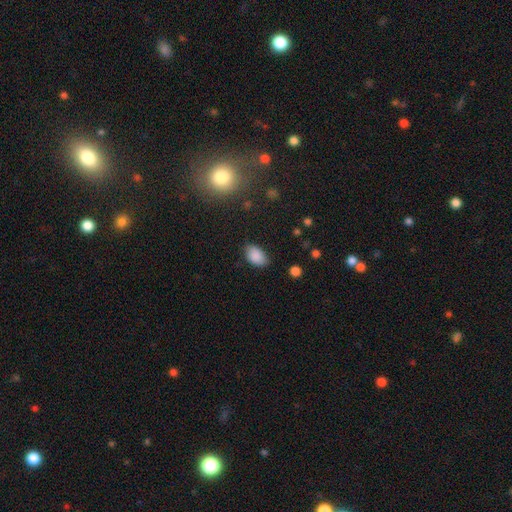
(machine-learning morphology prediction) smooth-or-featured: smooth: 87% | star or artifact: 8% | featured or disk: 4%
  how-rounded: in between: 90% | round: 9% | cigar-shaped: 1%
  merging: none: 80% | minor disturbance: 15% | major disturbance: 3% | merger: 1%